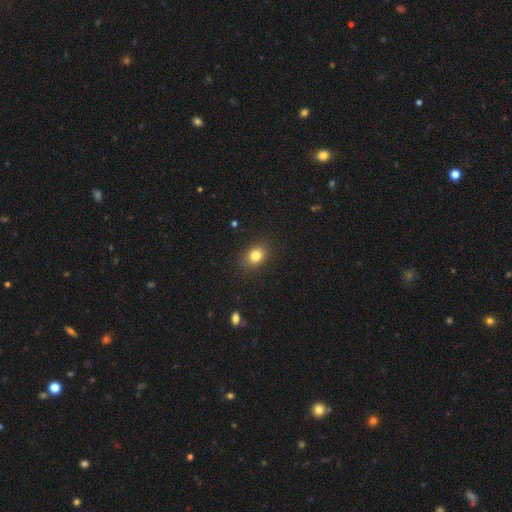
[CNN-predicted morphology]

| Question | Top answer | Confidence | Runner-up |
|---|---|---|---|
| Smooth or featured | smooth | 82% | star or artifact (11%) |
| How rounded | in between | 56% | round (43%) |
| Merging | none | 86% | minor disturbance (10%) |